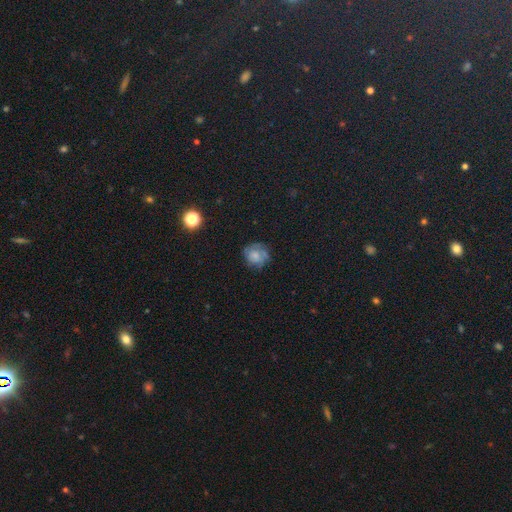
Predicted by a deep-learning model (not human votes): This is possibly a smooth galaxy (47%). Merging: likely none (63%).